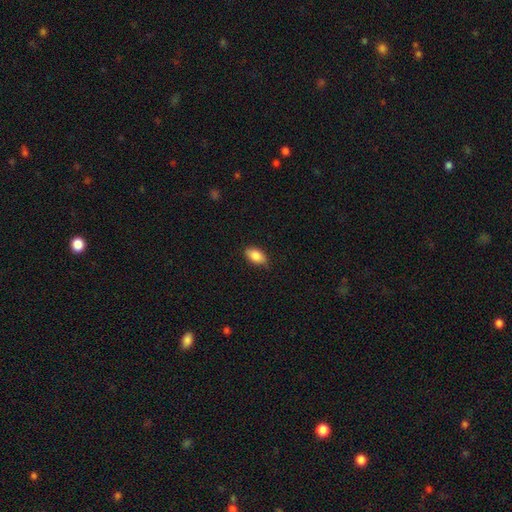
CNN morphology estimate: Smooth or featured? smooth (86%)
How rounded? in between (91%)
Merging? none (83%)